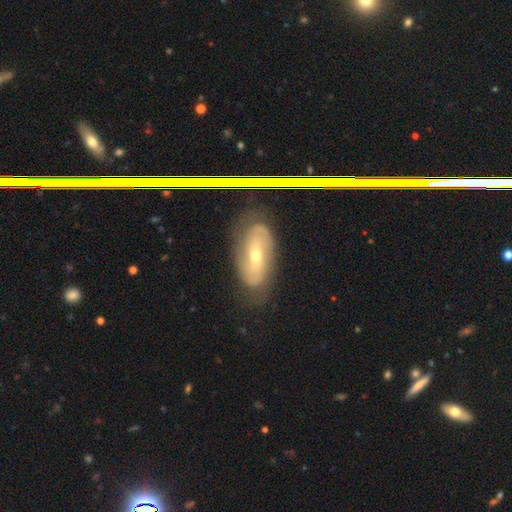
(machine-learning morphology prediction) Smooth or featured: featured or disk — 58% (smooth — 28%)
Edge-on disk: no — 81% (yes — 19%)
Merging: none — 76% (minor disturbance — 16%)